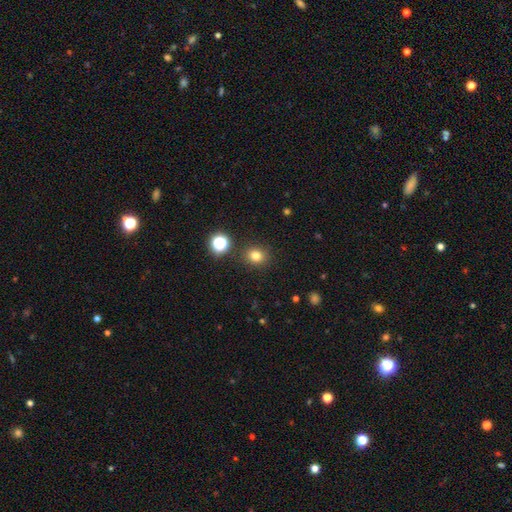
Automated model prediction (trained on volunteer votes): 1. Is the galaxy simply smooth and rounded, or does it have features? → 77% smooth, 16% star or artifact, 6% featured or disk.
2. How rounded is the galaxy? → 76% round, 23% in between, 1% cigar-shaped.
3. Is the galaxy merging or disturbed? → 88% none, 7% minor disturbance, 3% merger, 2% major disturbance.